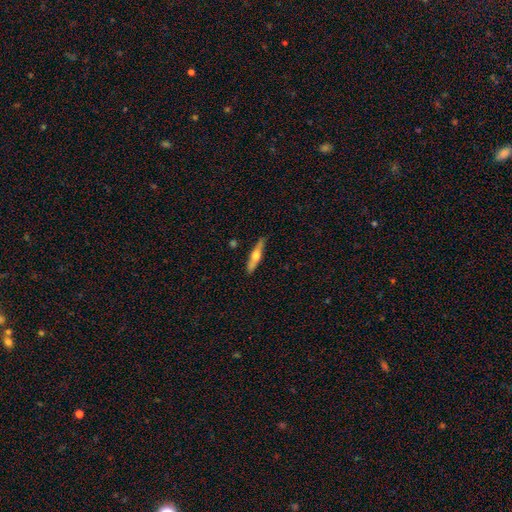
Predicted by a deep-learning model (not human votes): Smooth or featured? featured or disk (53%)
Edge-on disk? yes (93%)
Merging? none (86%)